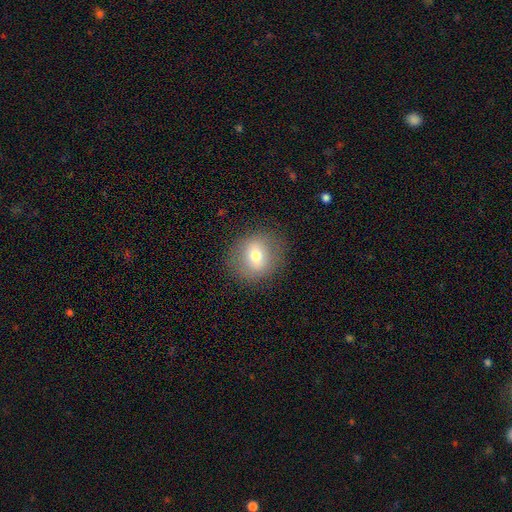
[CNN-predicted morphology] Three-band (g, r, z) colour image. It shows a smooth galaxy with no disk features (66%) that is round (76%). Merging: none (84%).